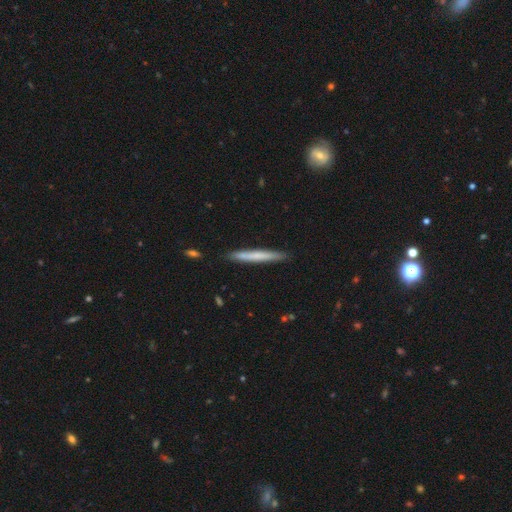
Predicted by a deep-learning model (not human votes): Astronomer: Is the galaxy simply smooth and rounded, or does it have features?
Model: smooth — 64%.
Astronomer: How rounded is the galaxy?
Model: cigar-shaped — 97%.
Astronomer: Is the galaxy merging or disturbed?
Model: none — 90%.